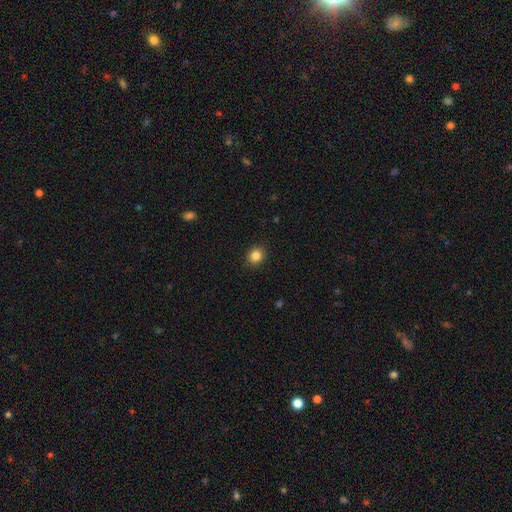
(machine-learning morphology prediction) smooth_or_featured: smooth (p=0.85) [alt: star or artifact p=0.11]
how_rounded: round (p=0.78) [alt: in between p=0.21]
merging: none (p=0.91) [alt: minor disturbance p=0.06]